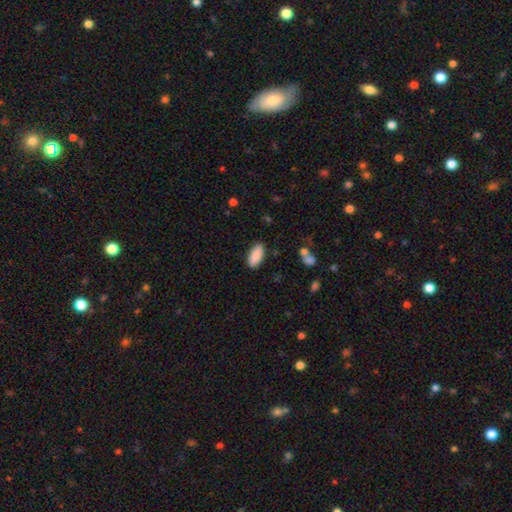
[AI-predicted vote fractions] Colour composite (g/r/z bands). It shows a smooth galaxy with no disk features (90%) that is in between round and cigar-shaped (87%). Merging: none (87%).